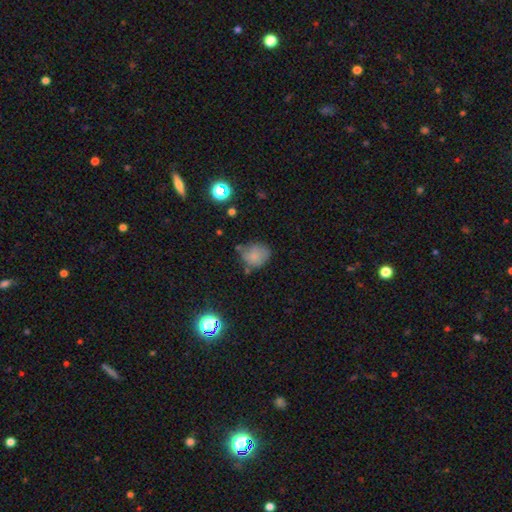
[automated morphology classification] smooth 75%, featured or disk 12%, star or artifact 12%. Down the decision tree: how rounded — round (60%); merging — none (51%).